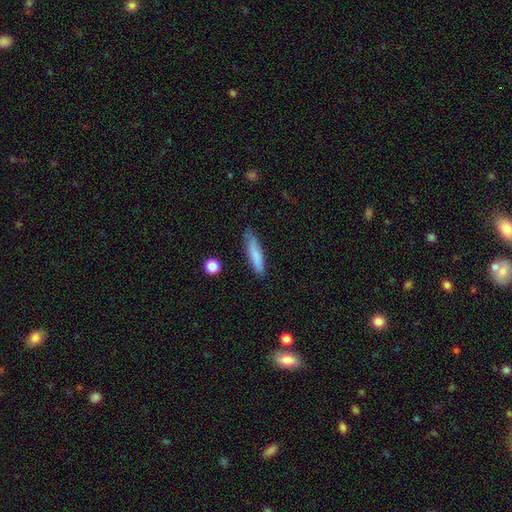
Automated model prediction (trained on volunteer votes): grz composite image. It shows a smooth galaxy with no disk features (81%) that is cigar-shaped (79%). Merging: none (78%).